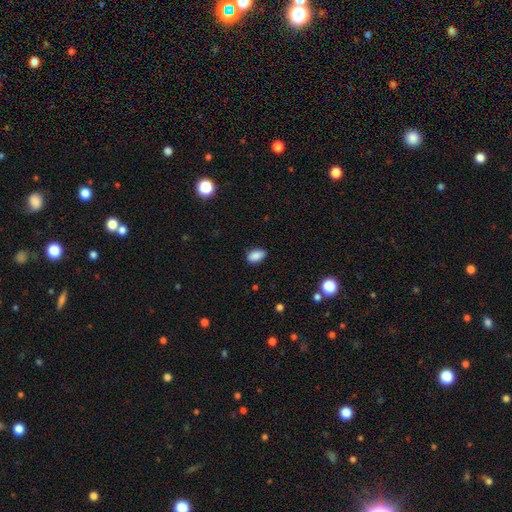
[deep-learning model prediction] Smooth or featured? smooth (88%)
How rounded? in between (90%)
Merging? none (81%)